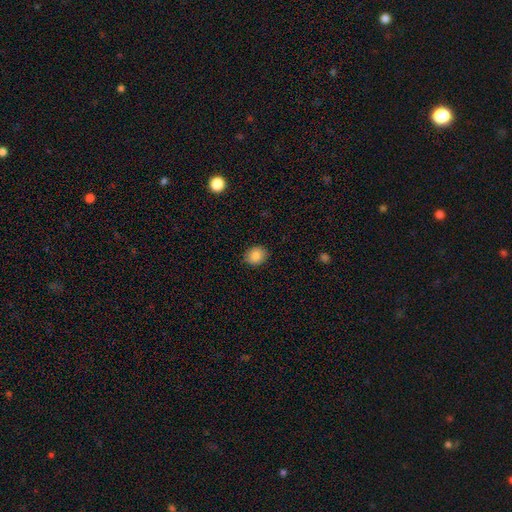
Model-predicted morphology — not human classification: Q: Smooth or featured?
A: smooth (86%); runner-up: star or artifact (9%)
Q: How rounded?
A: round (65%); runner-up: in between (34%)
Q: Merging?
A: none (86%); runner-up: minor disturbance (11%)